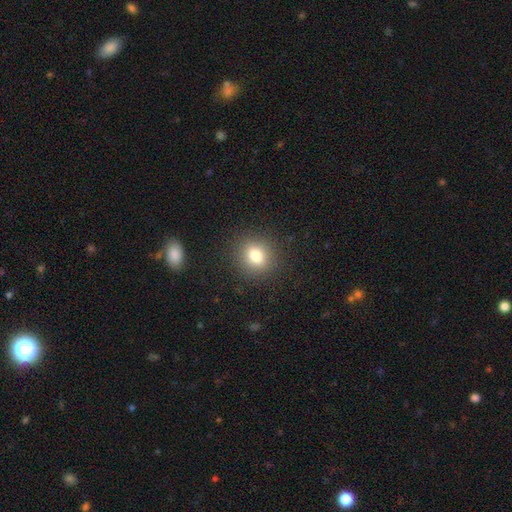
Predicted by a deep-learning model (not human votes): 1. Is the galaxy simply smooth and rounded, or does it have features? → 78% smooth, 12% star or artifact, 10% featured or disk.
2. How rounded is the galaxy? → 76% round, 23% in between, 1% cigar-shaped.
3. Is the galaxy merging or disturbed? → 89% none, 7% minor disturbance, 3% major disturbance, 1% merger.